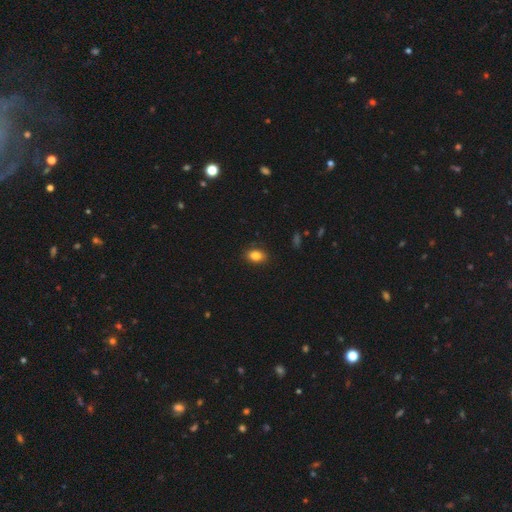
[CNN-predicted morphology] Overall: smooth (85%). How rounded: in between (83%). Merging: none (86%).